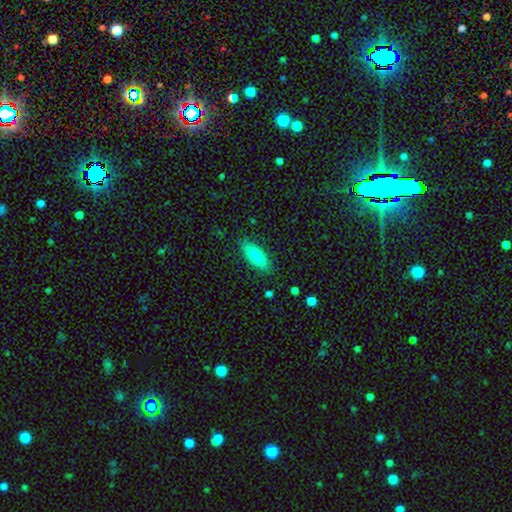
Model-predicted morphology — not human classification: This appears to be a smooth galaxy with no disk features (82%) that is in between round and cigar-shaped (72%). Merging: none (85%).